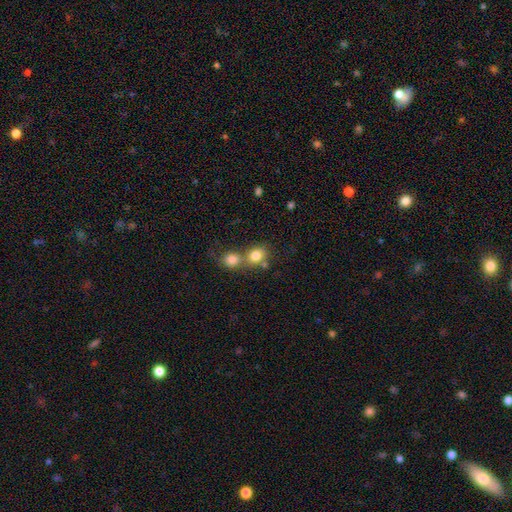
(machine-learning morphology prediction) Overall: smooth (80%). How rounded: round (66%; in between 32%). Merging: merger (51%; none 38%).